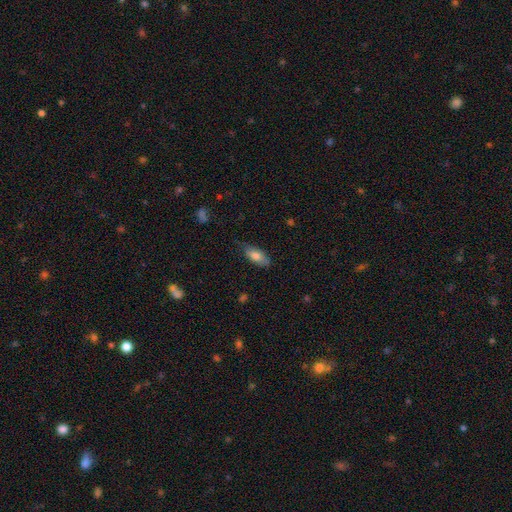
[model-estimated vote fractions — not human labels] Q: Smooth or featured?
A: smooth (78%); runner-up: featured or disk (15%)
Q: How rounded?
A: in between (81%); runner-up: cigar-shaped (16%)
Q: Merging?
A: none (73%); runner-up: minor disturbance (22%)